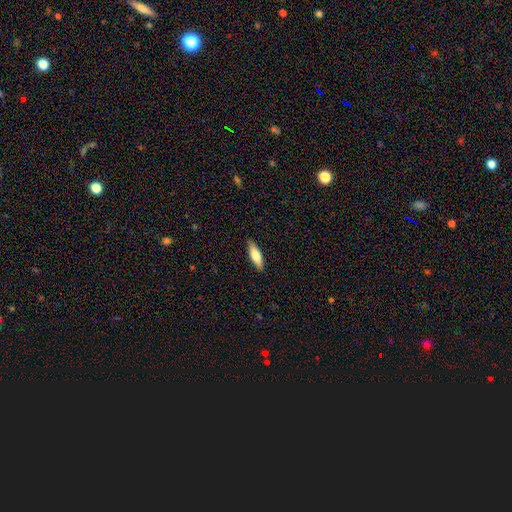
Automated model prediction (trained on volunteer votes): This is likely a smooth galaxy (73%). How rounded: possibly cigar-shaped (52%). Merging: clearly none (88%).